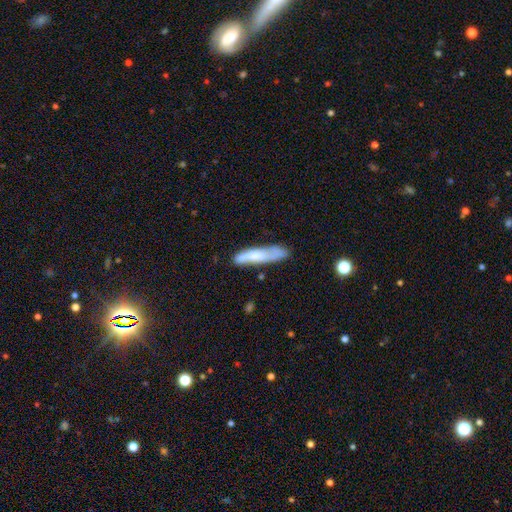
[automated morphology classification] Smooth or featured: smooth — 57% (featured or disk — 37%)
How rounded: cigar-shaped — 83% (in between — 15%)
Merging: none — 67% (minor disturbance — 22%)